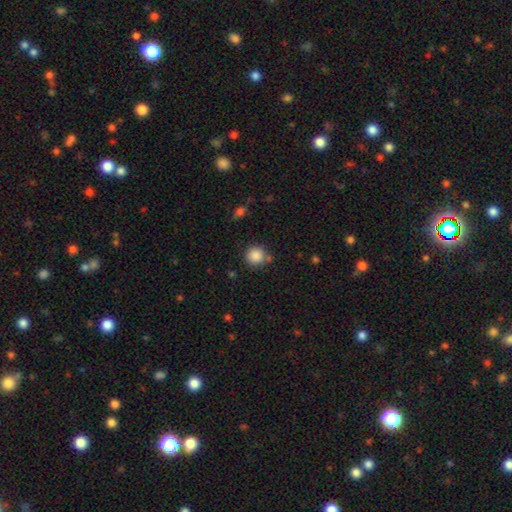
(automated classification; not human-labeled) Smooth or featured? Predicted: smooth (p=0.87). How rounded? Predicted: round (p=0.92). Merging? Predicted: none (p=0.80).